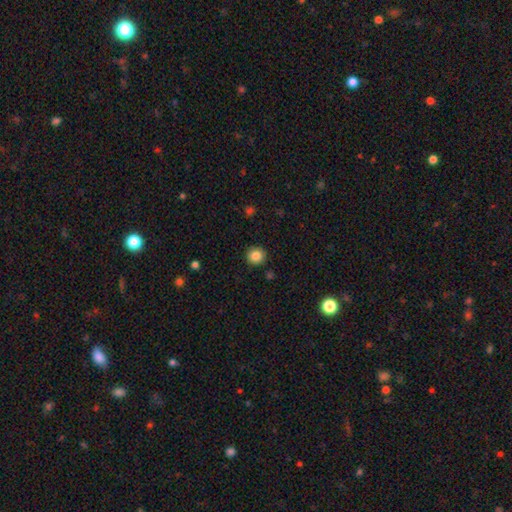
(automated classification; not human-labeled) Smooth or featured? smooth (85%)
How rounded? round (93%)
Merging? none (91%)